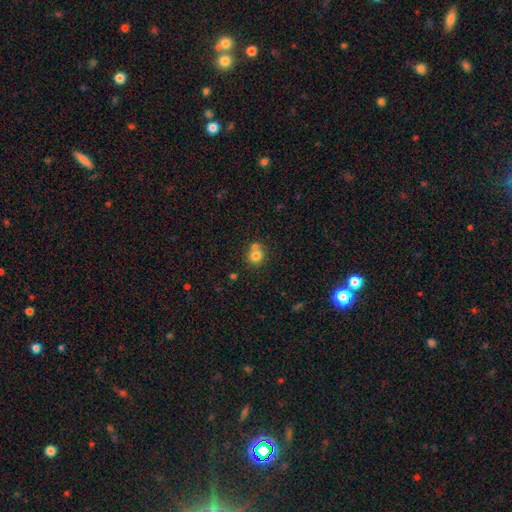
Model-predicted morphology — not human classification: Q: Smooth or featured?
A: smooth (77%); runner-up: star or artifact (12%)
Q: How rounded?
A: round (85%); runner-up: in between (14%)
Q: Merging?
A: none (50%); runner-up: merger (37%)